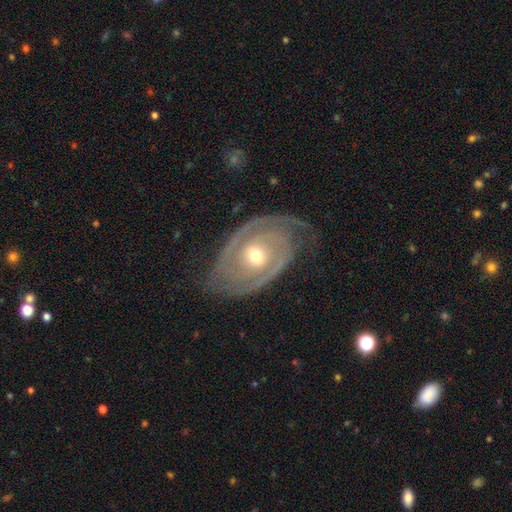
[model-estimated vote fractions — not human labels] This appears to be a featured or disk galaxy (90%) with no bar (70%), 2 (81%) tight (68%) spiral arms (97%) and a moderate central bulge (59%). Merging: none (76%).